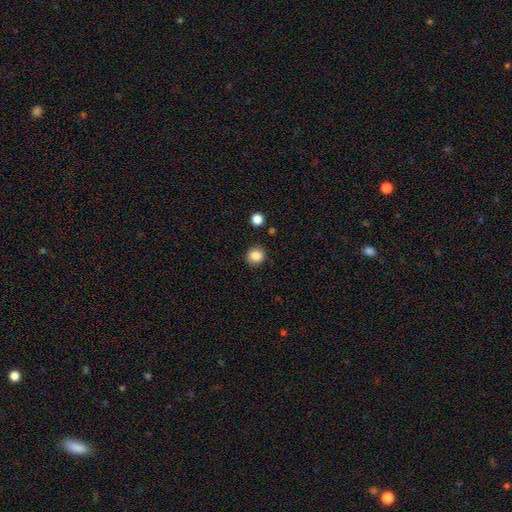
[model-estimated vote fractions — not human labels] Q: Smooth or featured?
A: smooth (86%); runner-up: star or artifact (10%)
Q: How rounded?
A: round (86%); runner-up: in between (13%)
Q: Merging?
A: none (86%); runner-up: minor disturbance (9%)